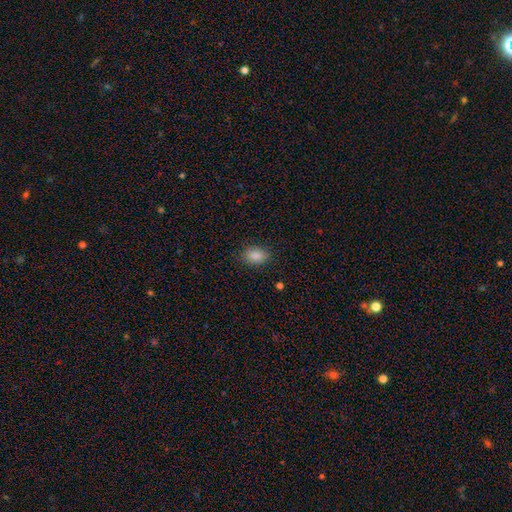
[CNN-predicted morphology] Smooth or featured? smooth (88%)
How rounded? in between (82%)
Merging? none (86%)